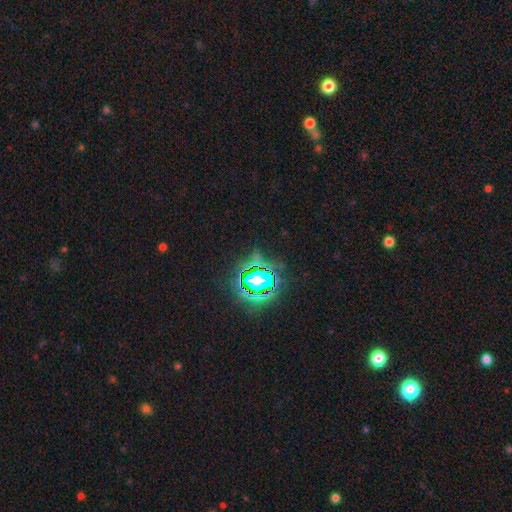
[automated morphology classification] A star or artifact, not a galaxy (76%).